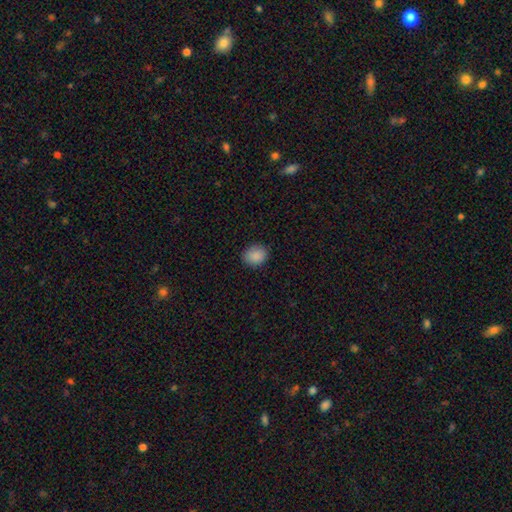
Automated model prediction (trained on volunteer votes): Smooth or featured? Predicted: smooth (p=0.88). How rounded? Predicted: round (p=0.51). Merging? Predicted: none (p=0.86).